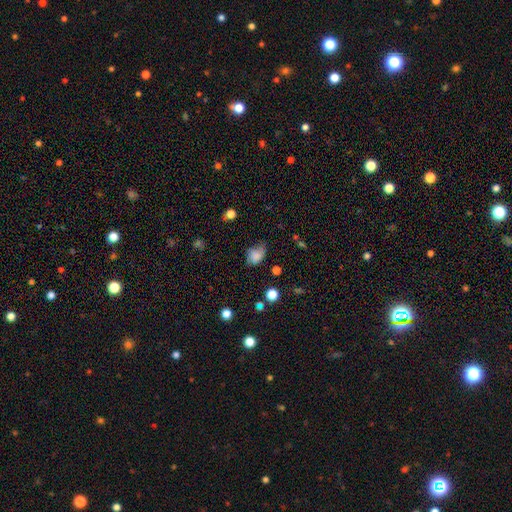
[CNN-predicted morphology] Smooth or featured? Predicted: smooth (p=0.75). How rounded? Predicted: in between (p=0.64). Merging? Predicted: none (p=0.46).